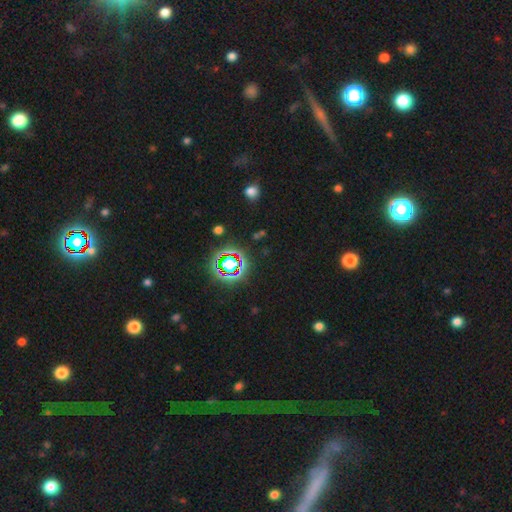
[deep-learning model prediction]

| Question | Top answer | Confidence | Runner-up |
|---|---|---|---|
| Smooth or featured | star or artifact | 73% | smooth (16%) |